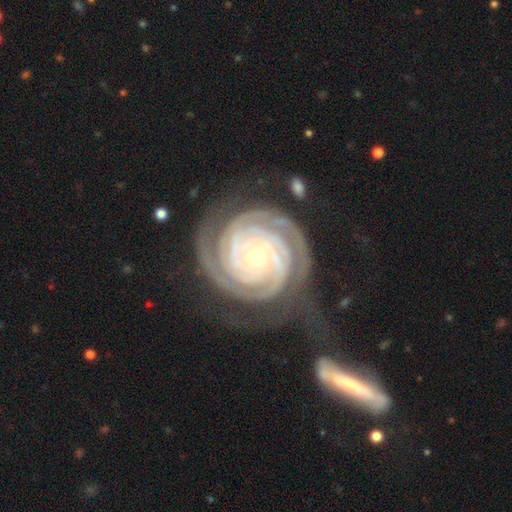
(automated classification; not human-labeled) A featured or disk galaxy (93%) with no bar (67%), 2 (37%) tight (89%) spiral arms (99%) and a small central bulge (69%). Merging: none (69%).